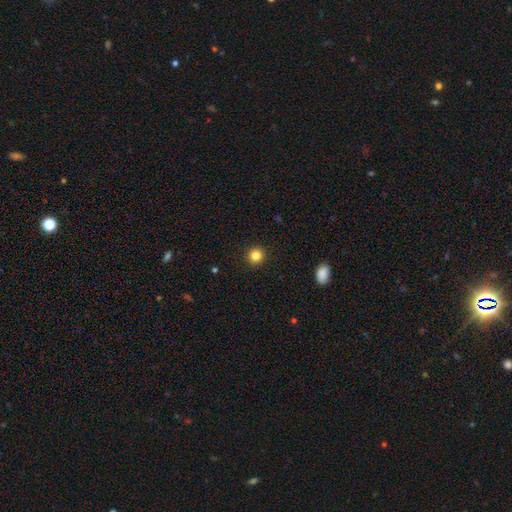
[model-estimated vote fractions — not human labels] Smooth or featured?
  - smooth: 84% *
  - star or artifact: 11%
  - featured or disk: 5%
How rounded?
  - round: 93% *
  - in between: 6%
  - cigar-shaped: 1%
Merging?
  - none: 92% *
  - minor disturbance: 5%
  - major disturbance: 2%
  - merger: 1%